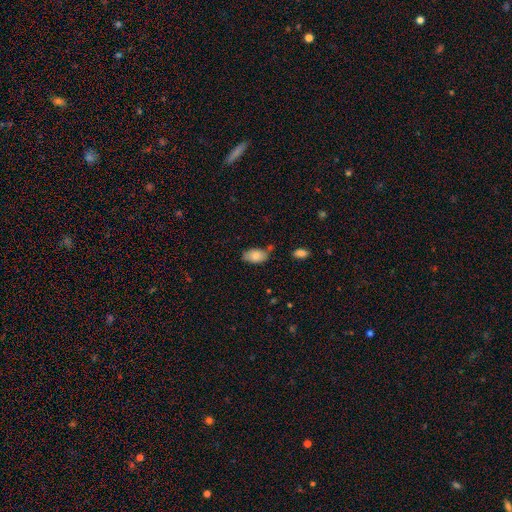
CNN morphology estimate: Overall: smooth (82%). How rounded: in between (93%). Merging: none (63%; minor disturbance 24%).